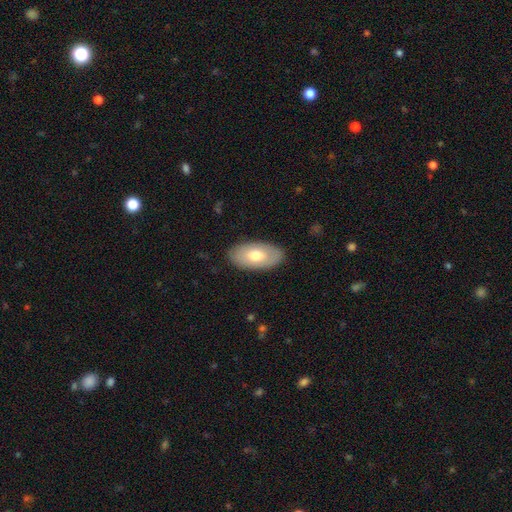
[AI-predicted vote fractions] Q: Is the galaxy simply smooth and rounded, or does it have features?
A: smooth — 66%.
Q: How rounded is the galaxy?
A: in between — 94%.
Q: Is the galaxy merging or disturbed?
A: none — 86%.